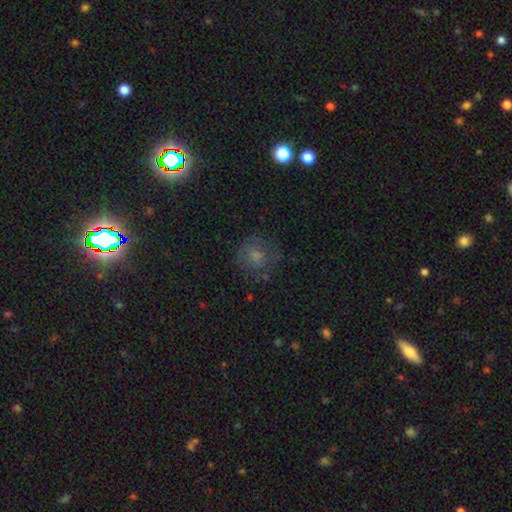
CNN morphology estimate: Smooth or featured: smooth — 64% (featured or disk — 21%)
How rounded: round — 82% (in between — 17%)
Merging: none — 69% (minor disturbance — 18%)